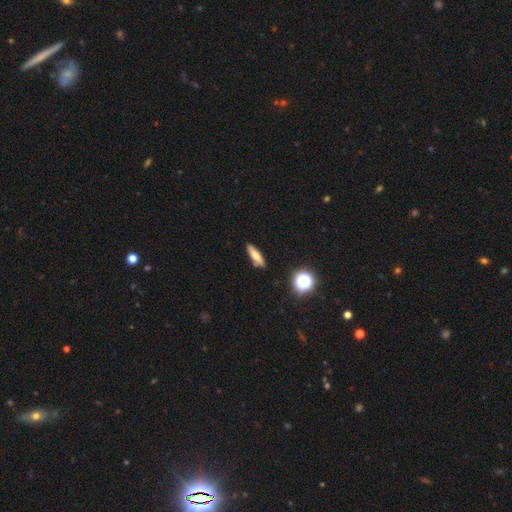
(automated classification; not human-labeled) A smooth galaxy with no disk features (66%) that is cigar-shaped (61%). Merging: none (85%).